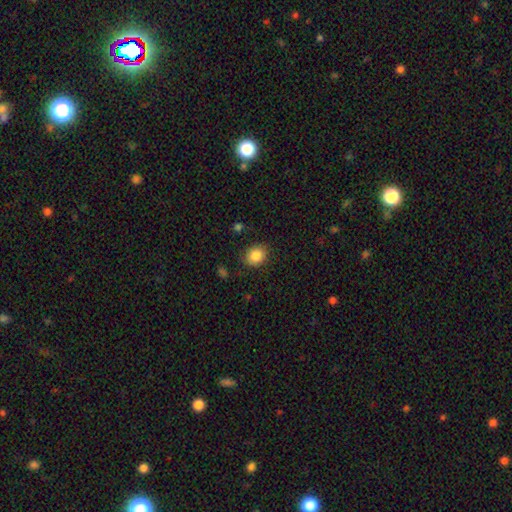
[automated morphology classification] smooth_or_featured: smooth (p=0.86) [alt: star or artifact p=0.09]
how_rounded: round (p=0.66) [alt: in between p=0.33]
merging: none (p=0.82) [alt: minor disturbance p=0.13]